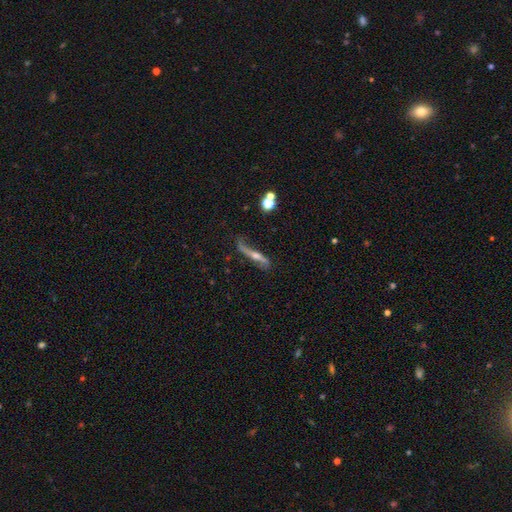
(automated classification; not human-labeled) smooth_or_featured: featured or disk (p=0.73) [alt: smooth p=0.19]
disk_edge_on: yes (p=0.52) [alt: no p=0.48]
merging: none (p=0.54) [alt: minor disturbance p=0.25]